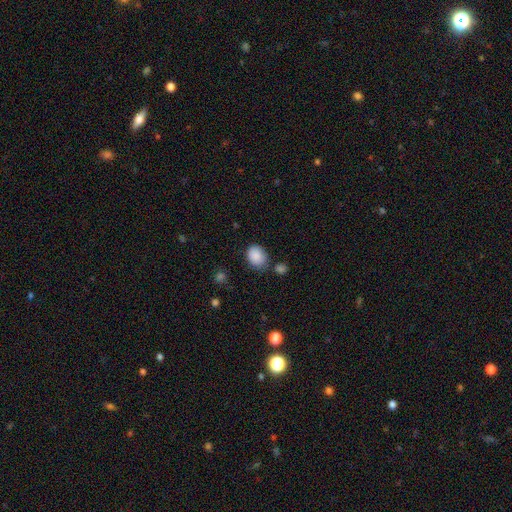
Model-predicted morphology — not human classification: Smooth or featured?
  - smooth: 88% *
  - star or artifact: 8%
  - featured or disk: 4%
How rounded?
  - in between: 56% *
  - round: 43%
  - cigar-shaped: 1%
Merging?
  - none: 68% *
  - minor disturbance: 21%
  - merger: 6%
  - major disturbance: 5%